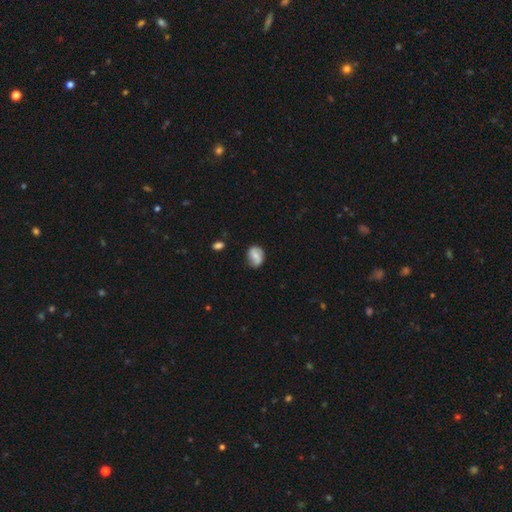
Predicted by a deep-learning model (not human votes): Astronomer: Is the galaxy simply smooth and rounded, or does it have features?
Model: smooth — 49% (runner-up: featured or disk, 43%).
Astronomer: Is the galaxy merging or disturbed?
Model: none — 70%.